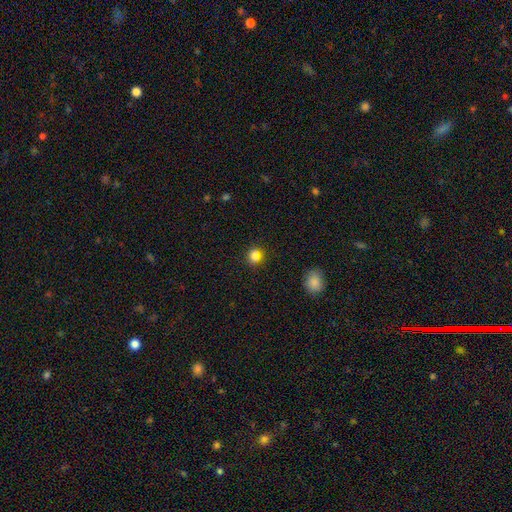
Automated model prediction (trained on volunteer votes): Smooth or featured? Predicted: smooth (p=0.80). How rounded? Predicted: round (p=0.74). Merging? Predicted: none (p=0.83).